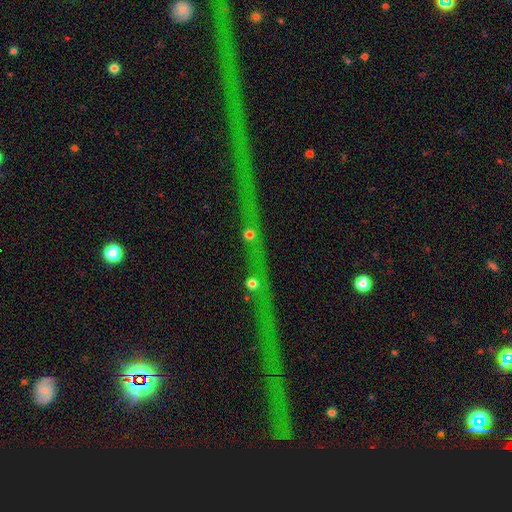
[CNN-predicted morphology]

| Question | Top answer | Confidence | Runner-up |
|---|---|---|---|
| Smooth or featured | star or artifact | 66% | featured or disk (21%) |